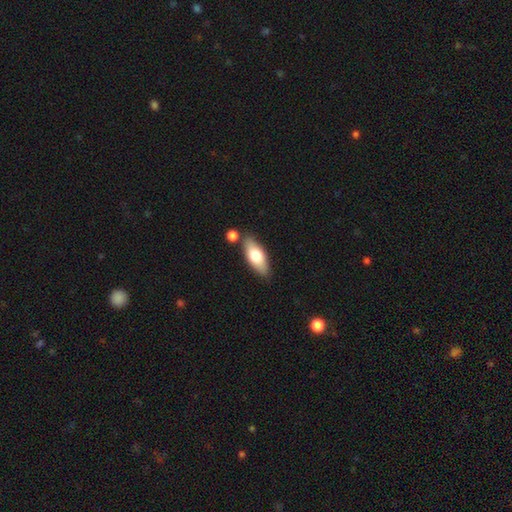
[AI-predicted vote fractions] A smooth galaxy with no disk features (70%) that is in between round and cigar-shaped (76%). Merging: none (76%).